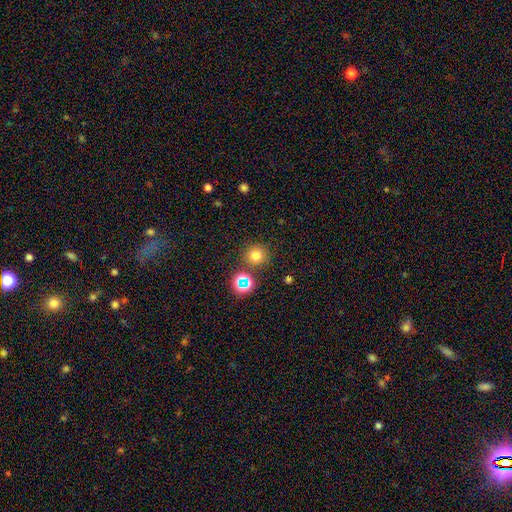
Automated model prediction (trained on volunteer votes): Smooth or featured? Predicted: smooth (p=0.73). How rounded? Predicted: round (p=0.92). Merging? Predicted: none (p=0.80).